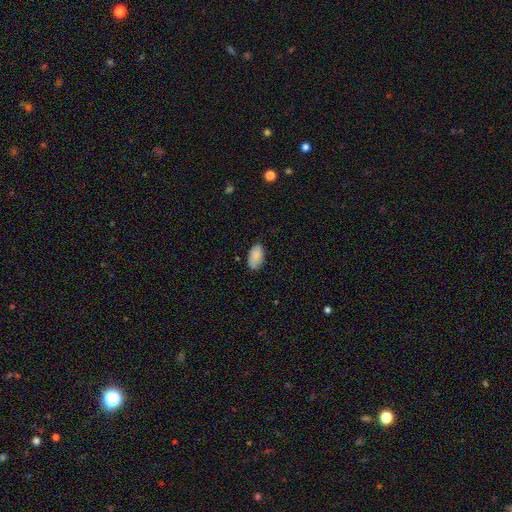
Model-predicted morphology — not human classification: Smooth or featured: smooth — 87% (star or artifact — 7%)
How rounded: in between — 95% (round — 3%)
Merging: none — 80% (minor disturbance — 16%)